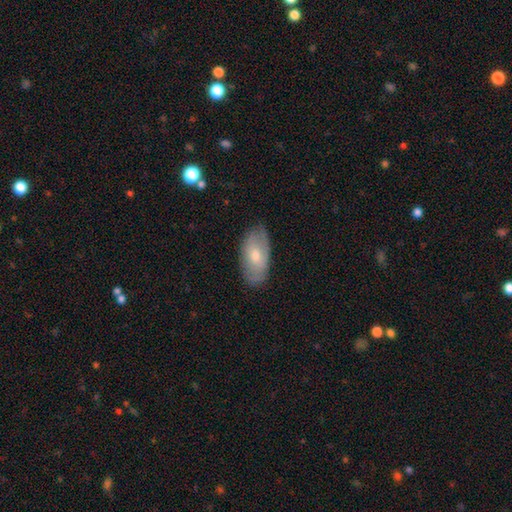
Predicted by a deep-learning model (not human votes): Smooth or featured? smooth (65%)
How rounded? in between (93%)
Merging? none (79%)